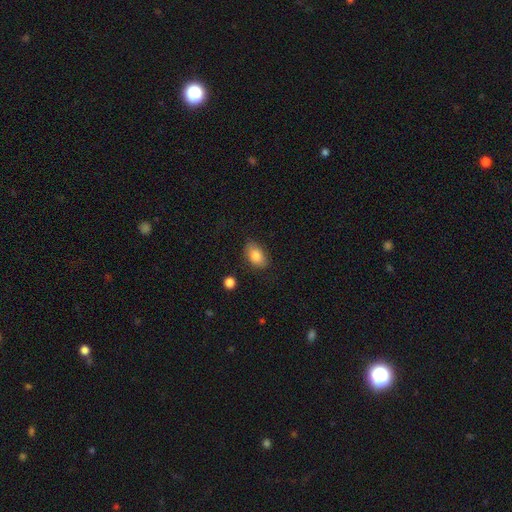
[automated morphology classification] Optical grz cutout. It shows a smooth galaxy with no disk features (84%) that is in between round and cigar-shaped (87%). Merging: none (81%).